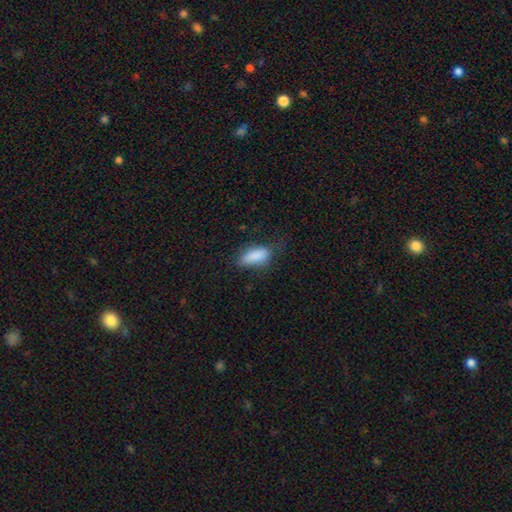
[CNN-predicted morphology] The model was most divided on "merging": none: 61%, minor disturbance: 27%, major disturbance: 10%, merger: 2%. More confident: smooth or featured — smooth (85%); how rounded — in between (82%).